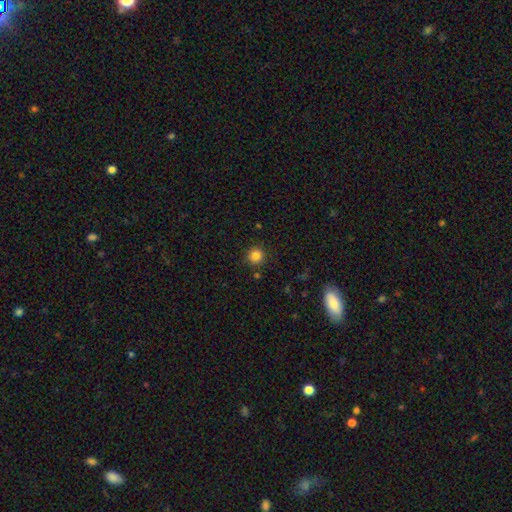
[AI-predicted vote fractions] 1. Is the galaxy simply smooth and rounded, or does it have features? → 83% smooth, 12% star or artifact, 5% featured or disk.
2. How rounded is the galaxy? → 94% round, 5% in between, 1% cigar-shaped.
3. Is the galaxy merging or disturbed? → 88% none, 7% minor disturbance, 3% merger, 2% major disturbance.